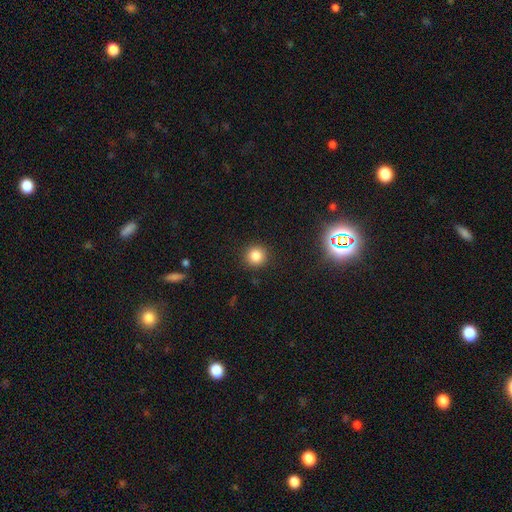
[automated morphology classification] Q: Smooth or featured?
A: smooth (83%); runner-up: star or artifact (12%)
Q: How rounded?
A: round (93%); runner-up: in between (6%)
Q: Merging?
A: none (91%); runner-up: minor disturbance (6%)